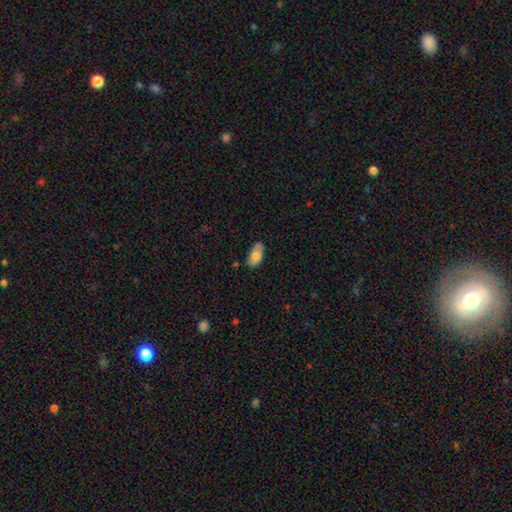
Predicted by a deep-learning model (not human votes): Morphology: type=smooth (78%); roundness=in between (93%); merging=none (71%).